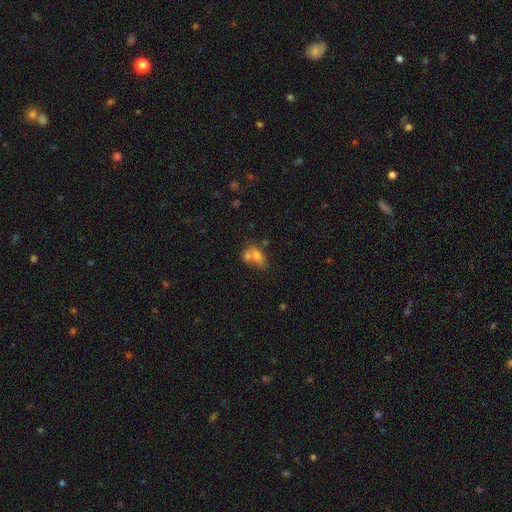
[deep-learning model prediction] The model was most divided on "merging": merger: 51%, none: 30%, minor disturbance: 12%, major disturbance: 6%. More confident: how rounded — in between (81%); smooth or featured — smooth (69%).